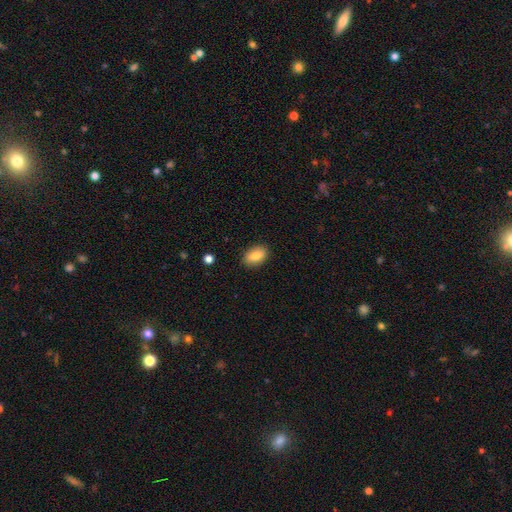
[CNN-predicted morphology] A smooth galaxy with no disk features (81%) that is in between round and cigar-shaped (88%). Merging: none (88%).